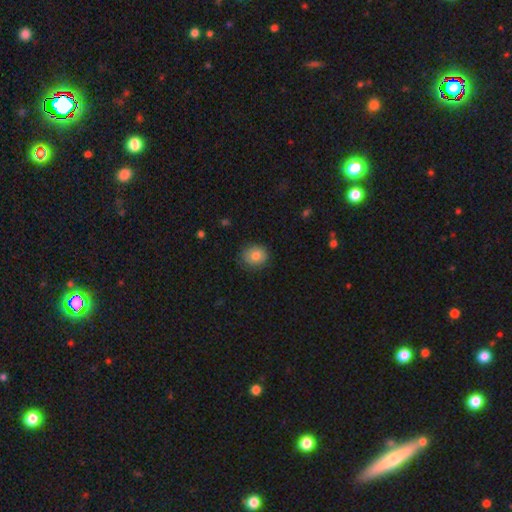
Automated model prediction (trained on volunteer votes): This is likely a smooth galaxy (79%). How rounded: likely round (70%). Merging: clearly none (82%).